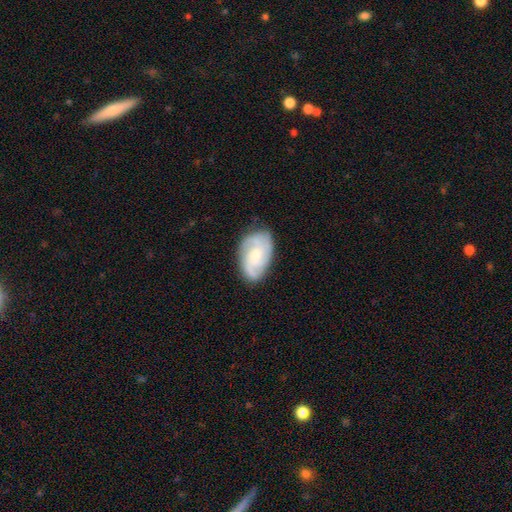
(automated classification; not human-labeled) Q: Smooth or featured?
A: featured or disk (73%); runner-up: smooth (21%)
Q: Edge-on disk?
A: no (97%); runner-up: yes (3%)
Q: Bar?
A: no (63%); runner-up: weak (32%)
Q: Spiral arms?
A: yes (95%); runner-up: no (5%)
Q: Spiral winding?
A: medium (44%); runner-up: tight (42%)
Q: Spiral arm count?
A: 3 (37%); runner-up: 2 (33%)
Q: Bulge size?
A: small (49%); runner-up: moderate (40%)
Q: Merging?
A: none (75%); runner-up: minor disturbance (19%)